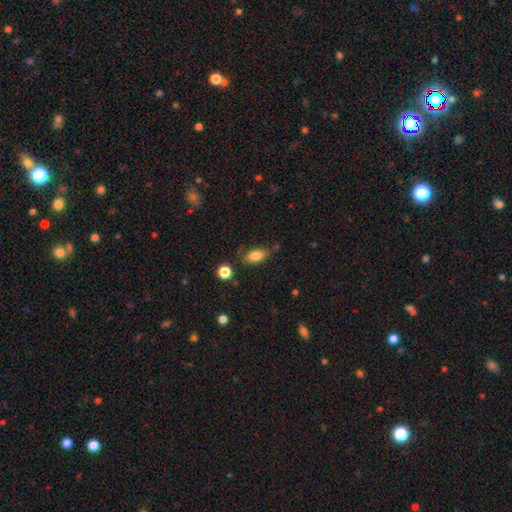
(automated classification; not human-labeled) Smooth or featured: smooth — 80% (featured or disk — 11%)
How rounded: in between — 87% (round — 7%)
Merging: none — 70% (minor disturbance — 21%)